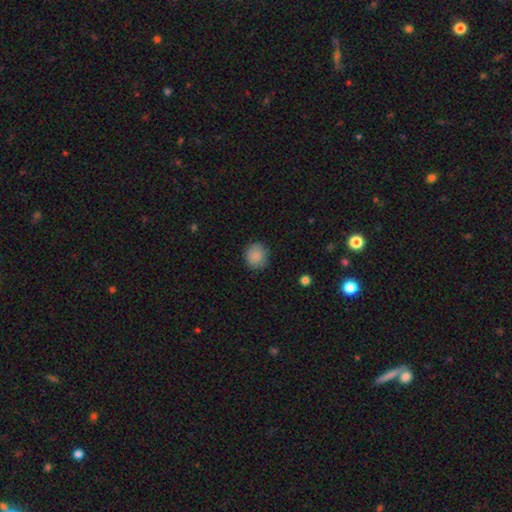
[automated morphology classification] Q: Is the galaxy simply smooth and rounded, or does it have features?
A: smooth — 87%.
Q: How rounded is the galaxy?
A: round — 85%.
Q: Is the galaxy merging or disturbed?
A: none — 85%.